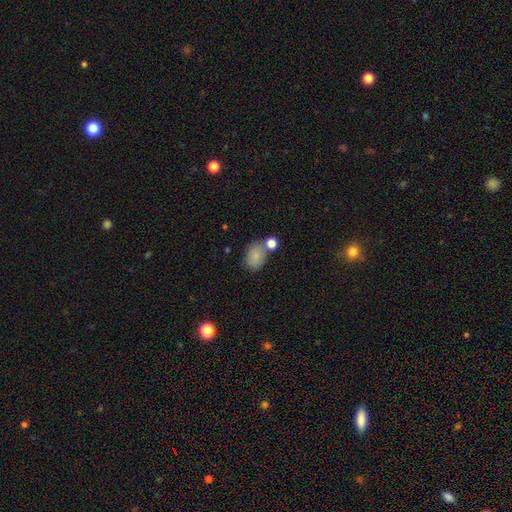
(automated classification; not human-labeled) Q: Smooth or featured?
A: smooth (81%); runner-up: featured or disk (10%)
Q: How rounded?
A: in between (67%); runner-up: round (32%)
Q: Merging?
A: none (56%); runner-up: merger (21%)